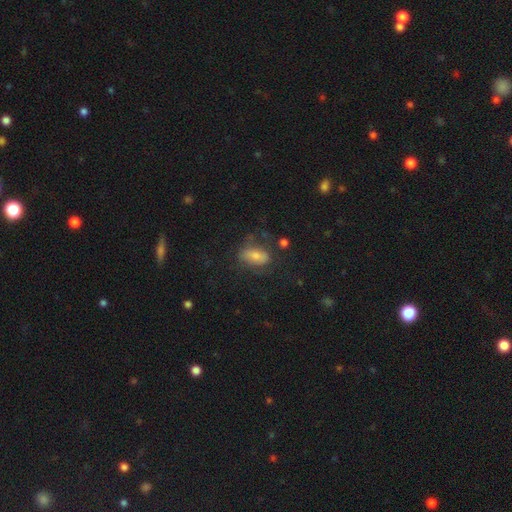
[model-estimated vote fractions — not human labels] This is possibly a smooth galaxy (59%). How rounded: clearly in between (81%). Merging: likely none (61%).